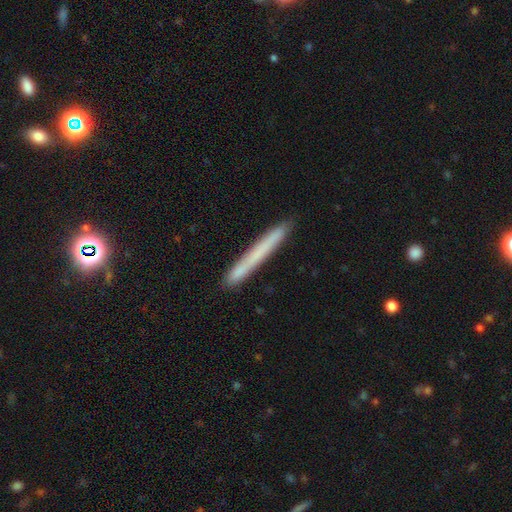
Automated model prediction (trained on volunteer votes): smooth 63%, featured or disk 29%, star or artifact 8%. Down the decision tree: how rounded — cigar-shaped (97%); merging — none (88%).